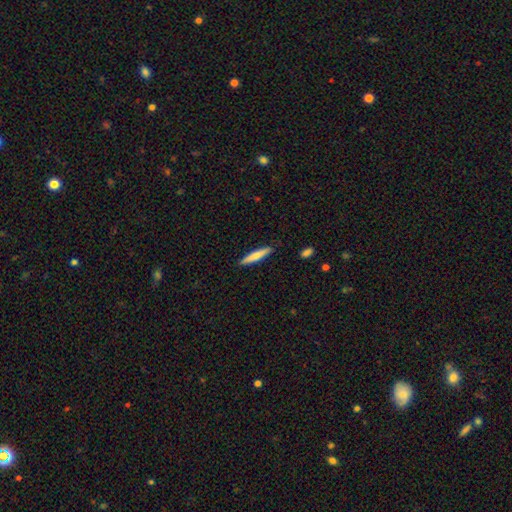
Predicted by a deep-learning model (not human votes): smooth_or_featured: smooth (p=0.67) [alt: featured or disk p=0.27]
how_rounded: cigar-shaped (p=0.91) [alt: in between p=0.08]
merging: none (p=0.90) [alt: minor disturbance p=0.07]